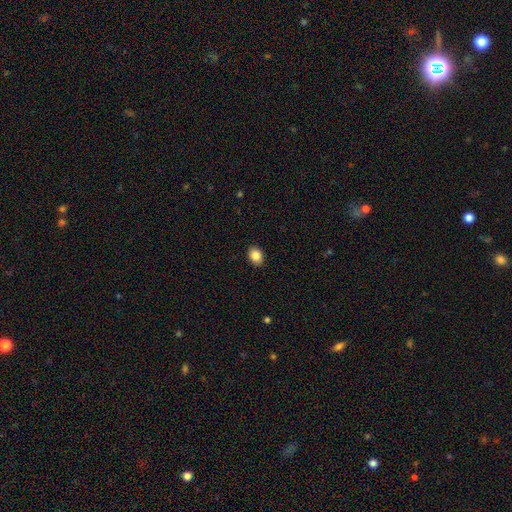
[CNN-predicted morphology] Smooth or featured: smooth — 86% (star or artifact — 9%)
How rounded: in between — 63% (round — 36%)
Merging: none — 90% (minor disturbance — 7%)